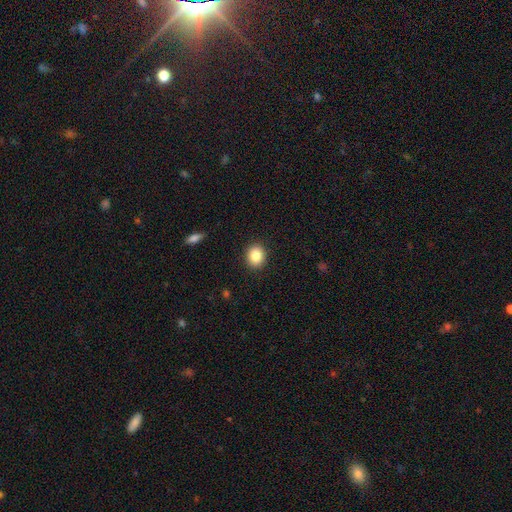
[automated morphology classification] smooth-or-featured: smooth: 85% | star or artifact: 9% | featured or disk: 6%
  how-rounded: round: 62% | in between: 37% | cigar-shaped: 1%
  merging: none: 91% | minor disturbance: 7% | major disturbance: 2% | merger: 1%